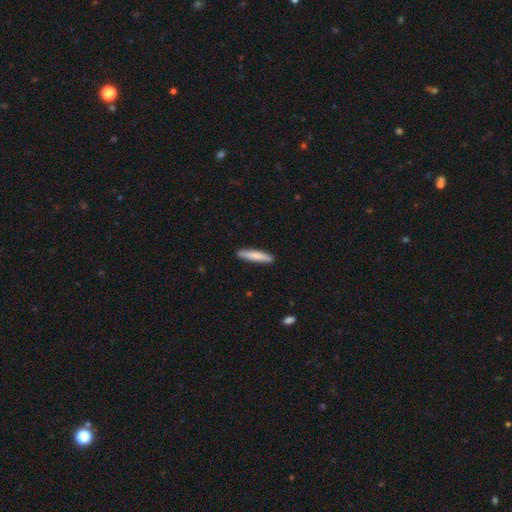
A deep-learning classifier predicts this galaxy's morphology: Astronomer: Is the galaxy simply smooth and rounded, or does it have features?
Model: smooth — 82%.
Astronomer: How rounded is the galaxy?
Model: cigar-shaped — 91%.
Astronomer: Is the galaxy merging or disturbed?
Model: none — 90%.